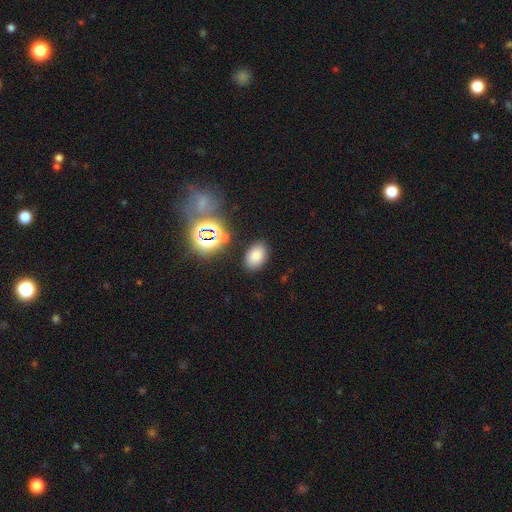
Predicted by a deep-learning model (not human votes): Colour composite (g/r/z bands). It shows a smooth galaxy with no disk features (76%) that is in between round and cigar-shaped (85%). Merging: none (85%).